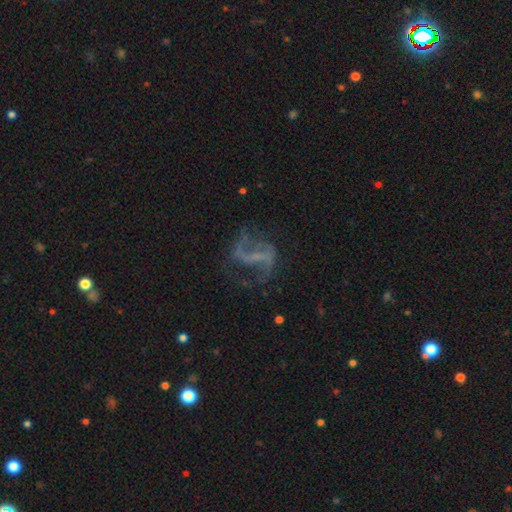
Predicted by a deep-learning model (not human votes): smooth_or_featured: featured or disk (p=0.79) [alt: star or artifact p=0.12]
disk_edge_on: no (p=0.97) [alt: yes p=0.03]
bar: strong (p=0.39) [alt: weak p=0.36]
has_spiral_arms: yes (p=0.85) [alt: no p=0.15]
spiral_winding: loose (p=0.63) [alt: medium p=0.30]
spiral_arm_count: 2 (p=0.85) [alt: can't tell p=0.06]
bulge_size: none (p=0.58) [alt: small p=0.33]
merging: none (p=0.59) [alt: major disturbance p=0.22]